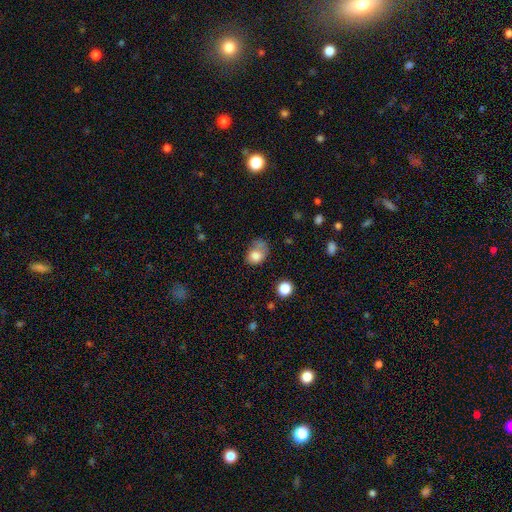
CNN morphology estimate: The model was most divided on "merging": none: 33%, minor disturbance: 30%, major disturbance: 27%, merger: 9%. More confident: smooth or featured — smooth (78%); how rounded — in between (58%).